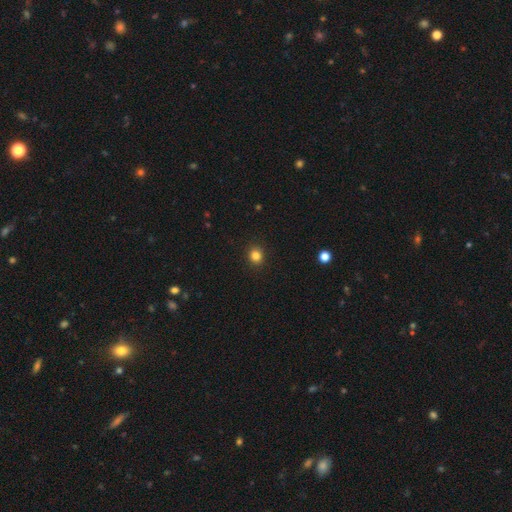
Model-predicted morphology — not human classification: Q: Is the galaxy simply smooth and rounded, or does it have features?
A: smooth — 84%.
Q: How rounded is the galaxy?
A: round — 83%.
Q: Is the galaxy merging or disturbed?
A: none — 92%.